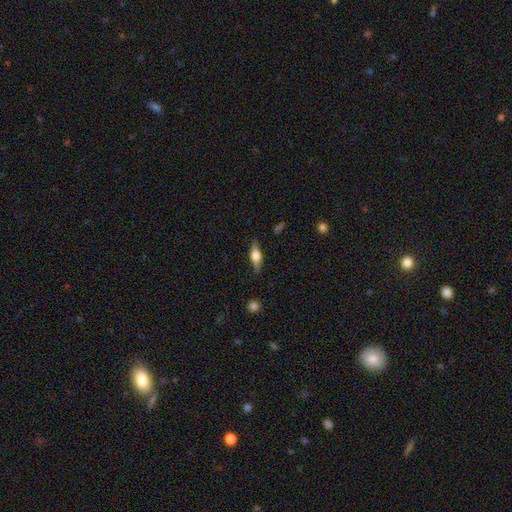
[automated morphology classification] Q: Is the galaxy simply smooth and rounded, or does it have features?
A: featured or disk — 48%.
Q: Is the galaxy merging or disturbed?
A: none — 82%.